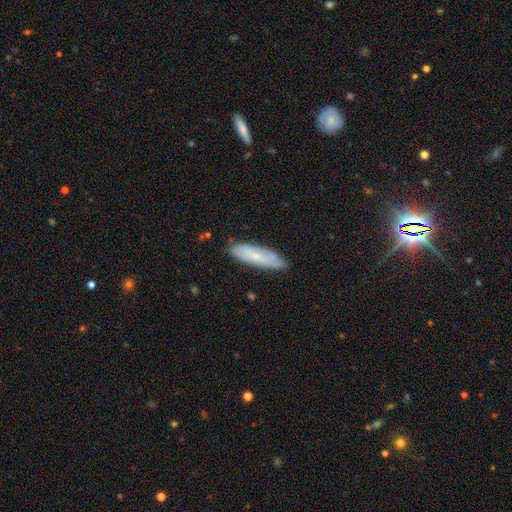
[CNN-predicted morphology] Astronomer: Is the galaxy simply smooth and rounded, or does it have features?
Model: smooth — 59% (runner-up: featured or disk, 34%).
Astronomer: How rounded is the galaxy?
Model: cigar-shaped — 61% (runner-up: in between, 37%).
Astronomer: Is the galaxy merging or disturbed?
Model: none — 80%.